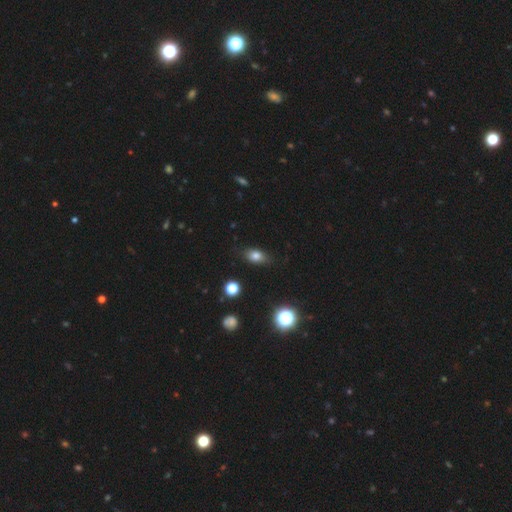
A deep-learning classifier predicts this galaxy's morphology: type=smooth (79%); roundness=in between (81%); merging=none (83%).